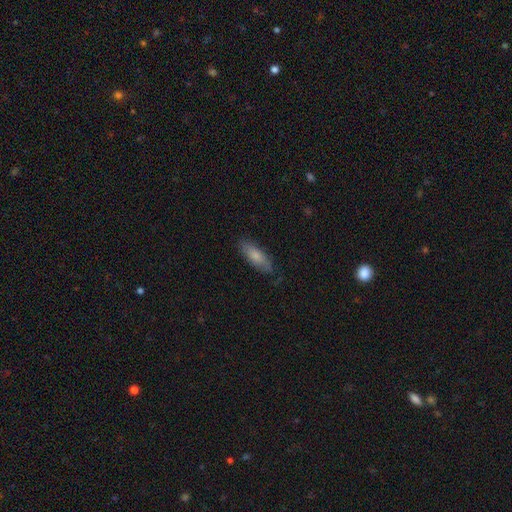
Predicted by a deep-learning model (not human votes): A smooth galaxy with no disk features (79%) that is in between round and cigar-shaped (63%). Merging: none (79%).